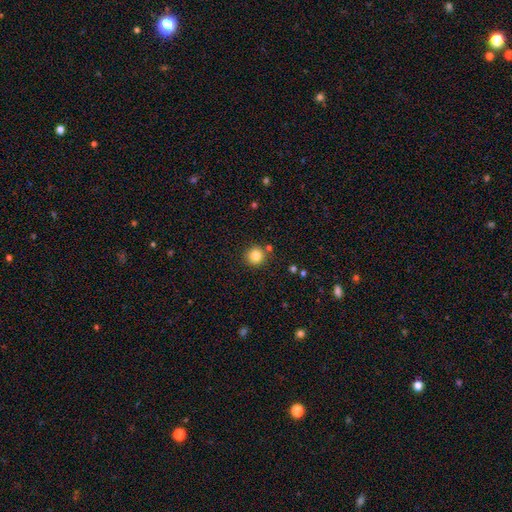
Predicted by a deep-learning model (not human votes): A smooth galaxy with no disk features (83%) that is round (93%).

Vote fractions:
- Smooth or featured? smooth: 83% / star or artifact: 11% / featured or disk: 6%
- How rounded? round: 93% / in between: 6% / cigar-shaped: 1%
- Merging? none: 85% / minor disturbance: 8% / merger: 5% / major disturbance: 2%